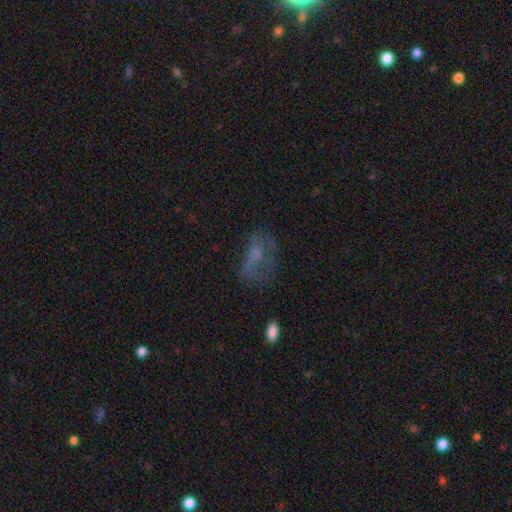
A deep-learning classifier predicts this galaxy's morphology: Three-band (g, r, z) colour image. It shows a smooth galaxy with no disk features (42%). Merging: none (41%).